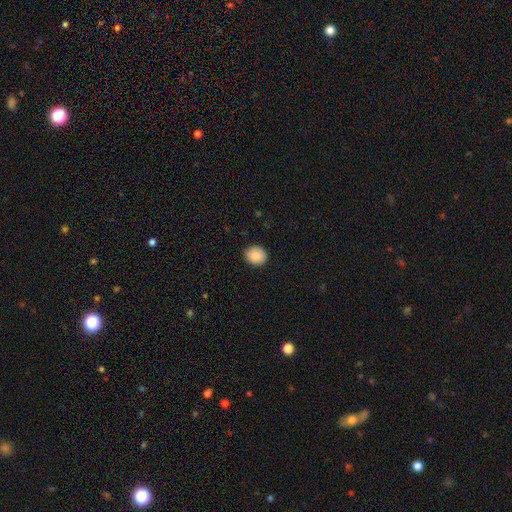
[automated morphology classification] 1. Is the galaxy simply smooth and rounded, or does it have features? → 89% smooth, 8% star or artifact, 4% featured or disk.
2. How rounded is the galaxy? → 76% round, 23% in between, 1% cigar-shaped.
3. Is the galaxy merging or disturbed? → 89% none, 8% minor disturbance, 2% major disturbance, 1% merger.